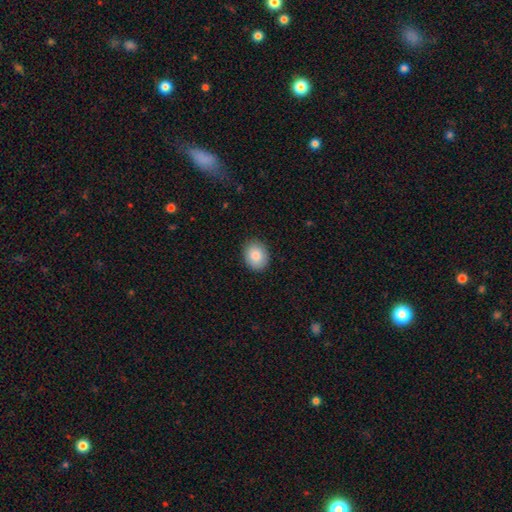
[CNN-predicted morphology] This appears to be a smooth galaxy with no disk features (87%) that is in between round and cigar-shaped (52%). Merging: none (89%).